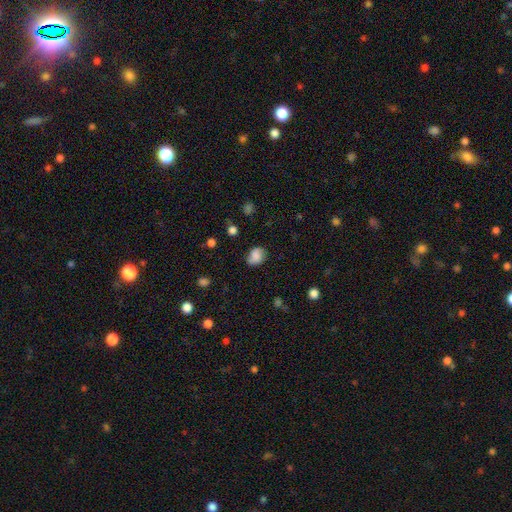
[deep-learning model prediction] This appears to be a smooth galaxy with no disk features (75%) that is in between round and cigar-shaped (53%). Merging: none (65%).